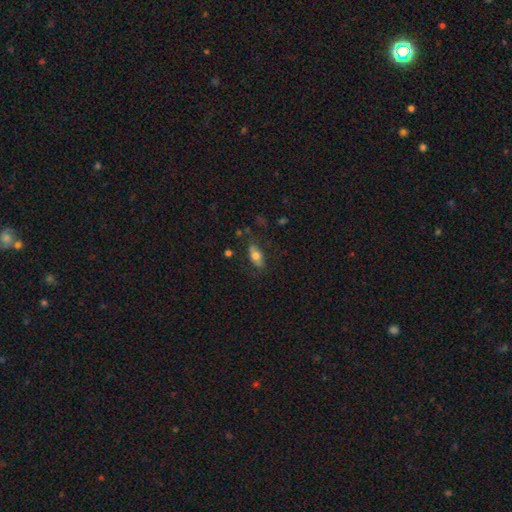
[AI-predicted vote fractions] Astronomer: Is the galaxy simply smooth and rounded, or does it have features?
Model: smooth — 70%.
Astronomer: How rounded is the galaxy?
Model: in between — 82%.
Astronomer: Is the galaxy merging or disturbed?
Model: none — 74%.